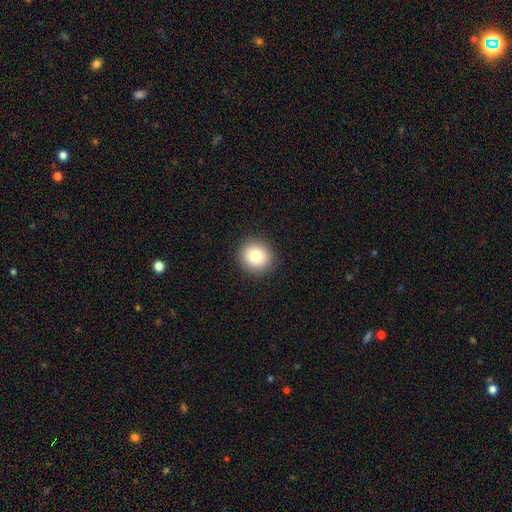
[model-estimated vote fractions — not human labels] smooth_or_featured: smooth (p=0.80) [alt: star or artifact p=0.10]
how_rounded: round (p=0.89) [alt: in between p=0.10]
merging: none (p=0.92) [alt: minor disturbance p=0.05]